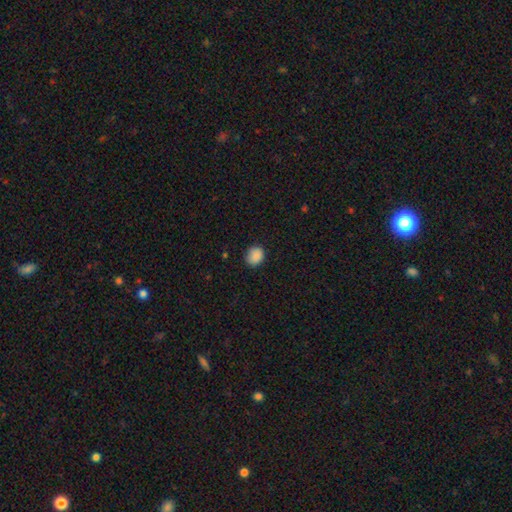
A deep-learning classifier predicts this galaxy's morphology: Overall: smooth (88%). How rounded: round (72%). Merging: none (84%).